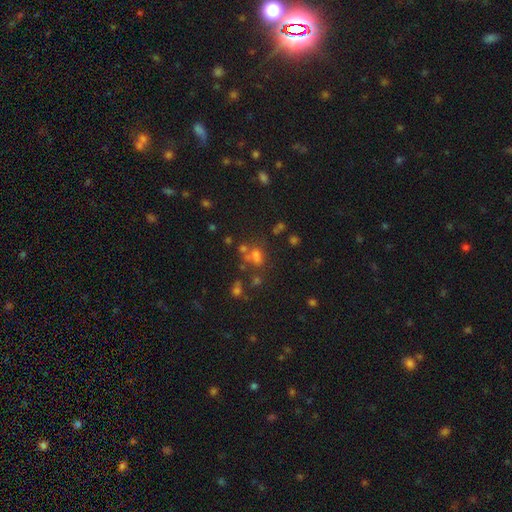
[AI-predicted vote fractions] This appears to be a smooth galaxy with no disk features (55%) that is in between round and cigar-shaped (50%). Merging: none (46%).